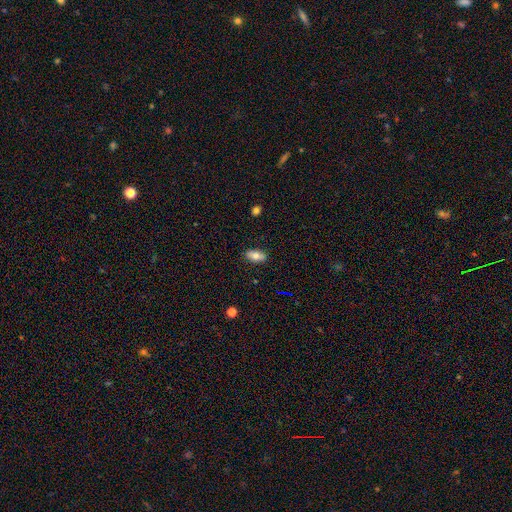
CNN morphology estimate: Smooth or featured: smooth — 75% (featured or disk — 17%)
How rounded: in between — 88% (cigar-shaped — 8%)
Merging: none — 87% (minor disturbance — 10%)